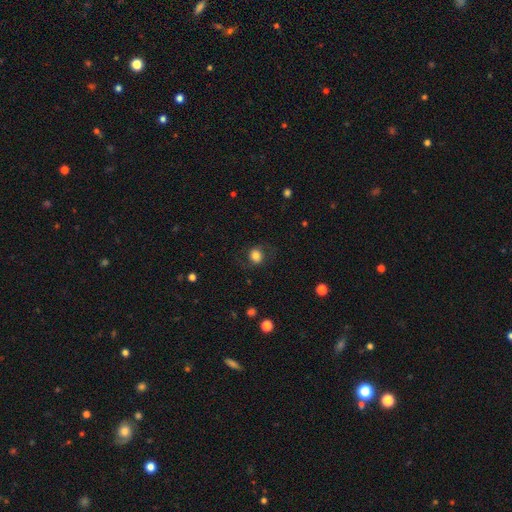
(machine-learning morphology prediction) Smooth or featured: smooth — 74% (featured or disk — 16%)
How rounded: round — 73% (in between — 26%)
Merging: none — 74% (minor disturbance — 15%)